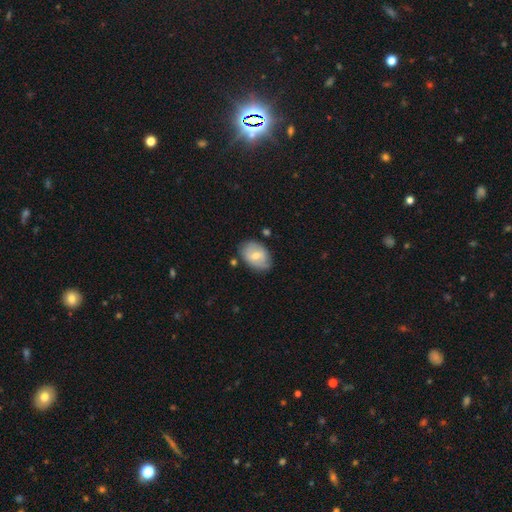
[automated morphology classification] Smooth or featured: smooth — 57% (featured or disk — 36%)
How rounded: in between — 78% (round — 20%)
Merging: none — 68% (minor disturbance — 23%)